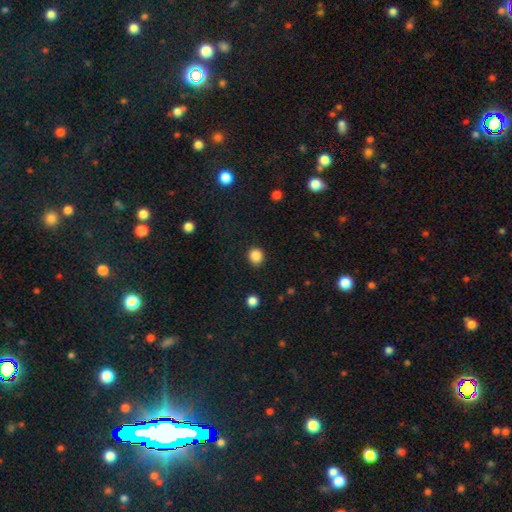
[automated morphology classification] This appears to be a smooth galaxy with no disk features (87%) that is round (82%). Merging: none (87%).